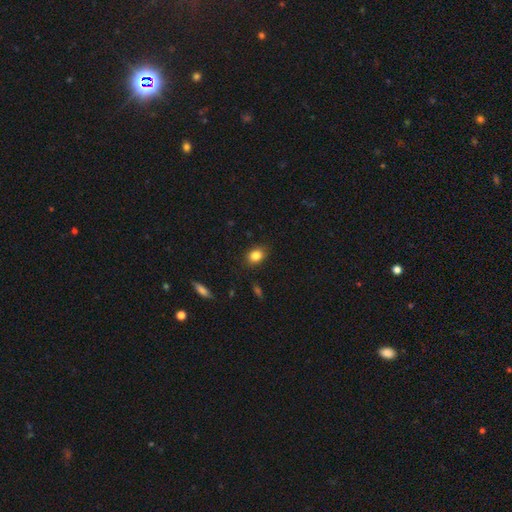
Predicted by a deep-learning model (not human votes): smooth 84%, star or artifact 10%, featured or disk 7%. Down the decision tree: how rounded — in between (60%); merging — none (86%).